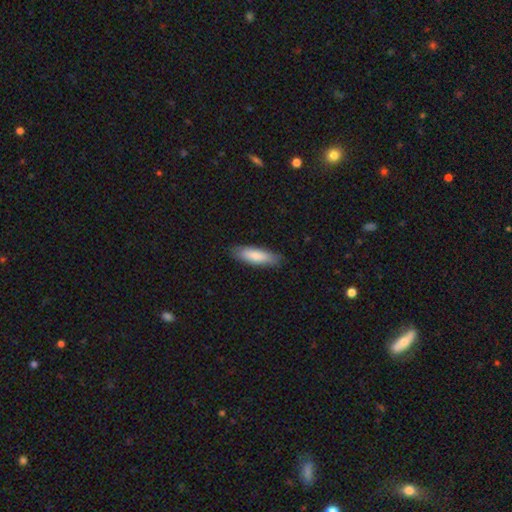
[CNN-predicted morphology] smooth-or-featured: smooth: 84% | featured or disk: 11% | star or artifact: 5%
  how-rounded: cigar-shaped: 52% | in between: 46% | round: 1%
  merging: none: 84% | minor disturbance: 13% | major disturbance: 2% | merger: 1%